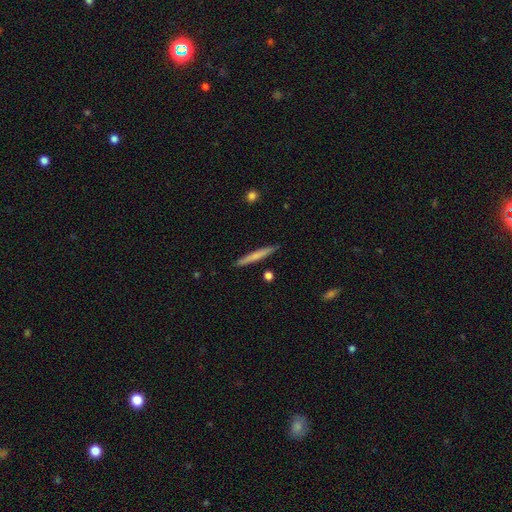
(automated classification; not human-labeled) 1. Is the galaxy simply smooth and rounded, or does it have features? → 66% smooth, 29% featured or disk, 5% star or artifact.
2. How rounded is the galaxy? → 96% cigar-shaped, 3% in between, 1% round.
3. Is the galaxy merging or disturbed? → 90% none, 7% minor disturbance, 2% merger, 1% major disturbance.